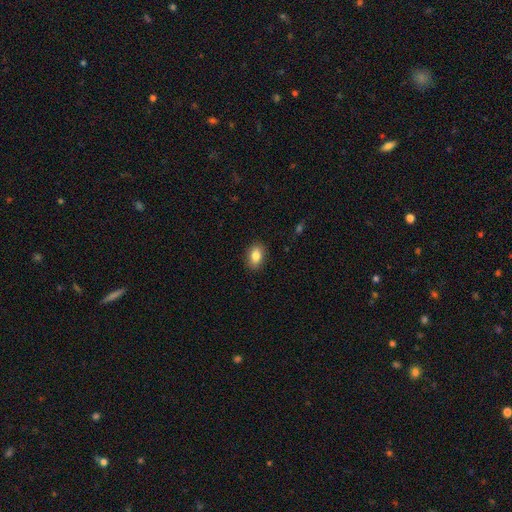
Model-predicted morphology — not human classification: A smooth galaxy with no disk features (85%) that is in between round and cigar-shaped (83%).

Vote fractions:
- Smooth or featured? smooth: 85% / star or artifact: 8% / featured or disk: 7%
- How rounded? in between: 83% / round: 15% / cigar-shaped: 2%
- Merging? none: 88% / minor disturbance: 9% / major disturbance: 2% / merger: 1%